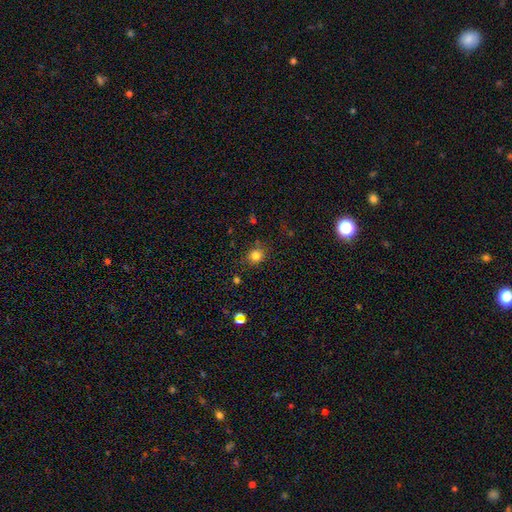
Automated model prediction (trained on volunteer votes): This is clearly a smooth galaxy (81%). How rounded: likely round (79%). Merging: likely none (78%).